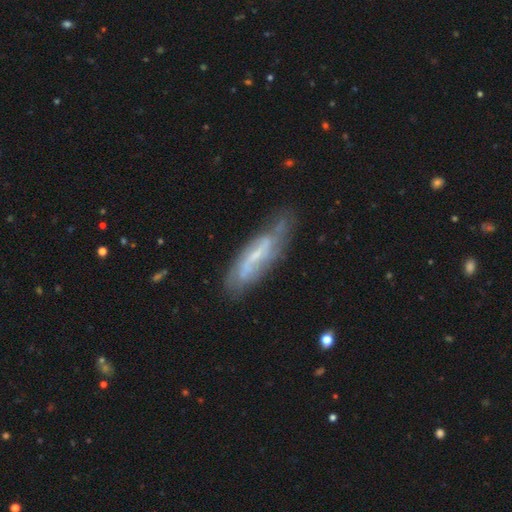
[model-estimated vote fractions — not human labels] This appears to be a featured or disk galaxy (70%) with a weak bar (46%), spiral arms (80%) and a small central bulge (60%). Merging: none (64%).